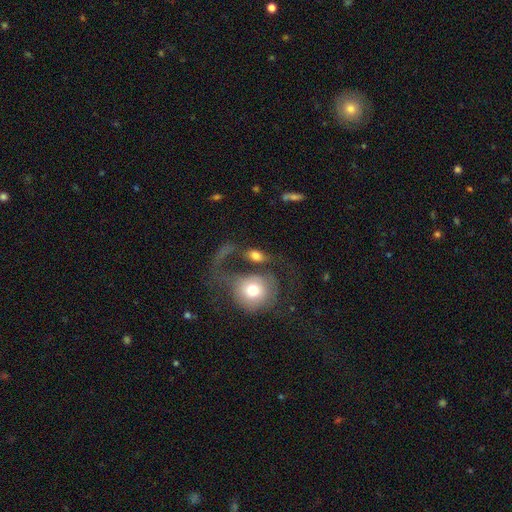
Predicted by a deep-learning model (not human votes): Q: Smooth or featured?
A: smooth (63%); runner-up: featured or disk (29%)
Q: How rounded?
A: in between (54%); runner-up: round (42%)
Q: Merging?
A: major disturbance (37%); runner-up: merger (34%)